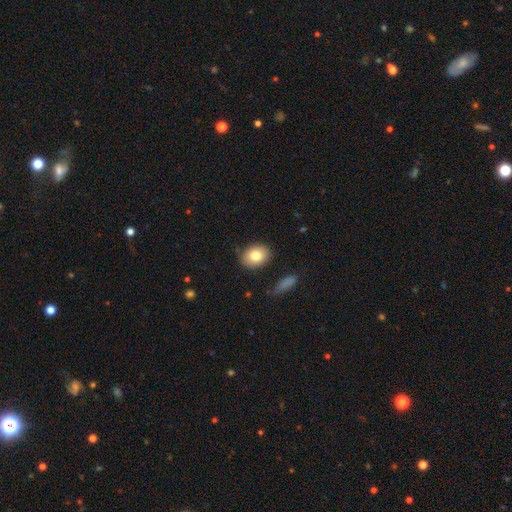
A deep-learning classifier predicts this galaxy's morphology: Smooth or featured?
  - smooth: 81% *
  - featured or disk: 11%
  - star or artifact: 8%
How rounded?
  - in between: 60% *
  - round: 39%
  - cigar-shaped: 1%
Merging?
  - none: 84% *
  - minor disturbance: 12%
  - major disturbance: 3%
  - merger: 2%